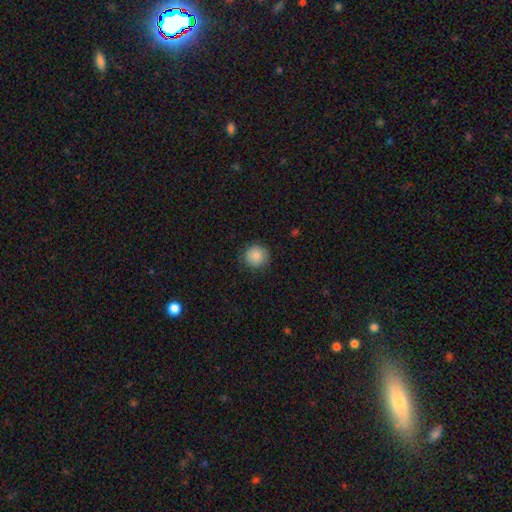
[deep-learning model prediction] Overall: smooth (85%). How rounded: round (94%). Merging: none (87%).